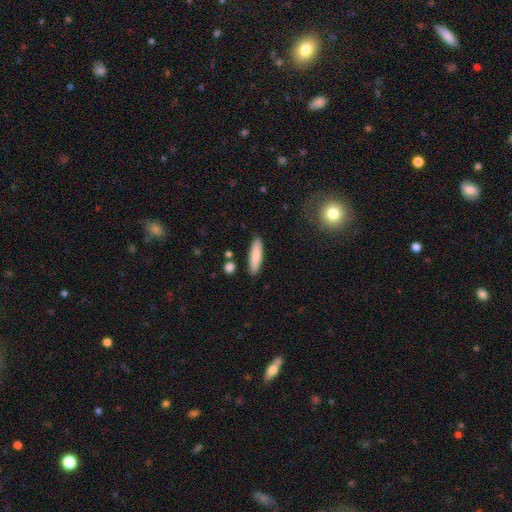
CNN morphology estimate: Q: Smooth or featured?
A: smooth (83%); runner-up: featured or disk (11%)
Q: How rounded?
A: cigar-shaped (74%); runner-up: in between (24%)
Q: Merging?
A: none (88%); runner-up: minor disturbance (8%)